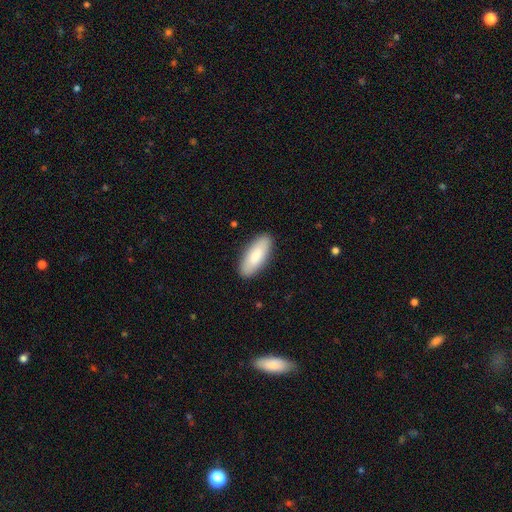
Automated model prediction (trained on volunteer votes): smooth_or_featured: smooth (p=0.85) [alt: featured or disk p=0.10]
how_rounded: in between (p=0.74) [alt: cigar-shaped p=0.24]
merging: none (p=0.89) [alt: minor disturbance p=0.08]